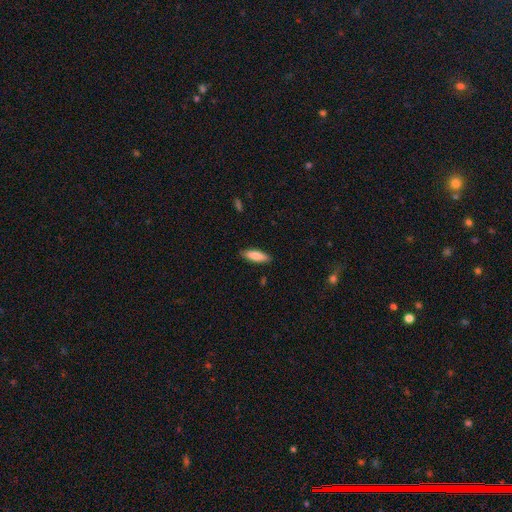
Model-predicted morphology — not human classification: Smooth or featured? smooth (83%)
How rounded? in between (57%)
Merging? none (86%)